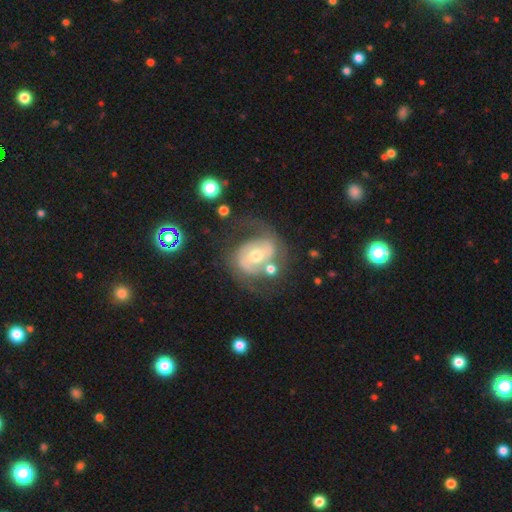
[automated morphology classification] Smooth or featured? Predicted: featured or disk (p=0.77). Edge-on disk? Predicted: no (p=0.97). Bar? Predicted: weak (p=0.38). Spiral arms? Predicted: yes (p=0.83). Spiral winding? Predicted: medium (p=0.47). Spiral arm count? Predicted: 2 (p=0.78). Bulge size? Predicted: moderate (p=0.66). Merging? Predicted: none (p=0.53).